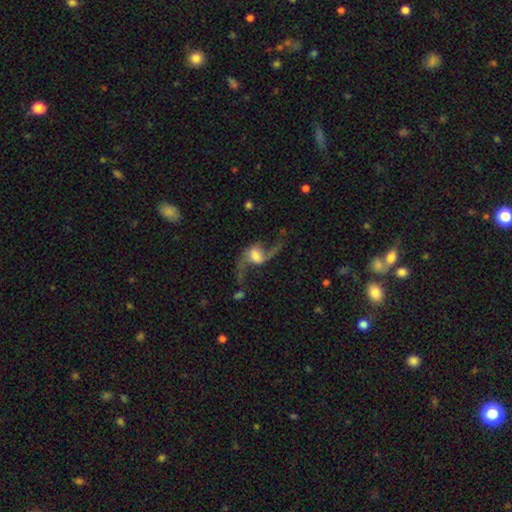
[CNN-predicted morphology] Overall: featured or disk (83%). Edge-on disk: no (96%). Bar: weak (46%; no 36%). Spiral arms: yes (95%). Spiral arm count: 2 (93%). Spiral winding: loose (90%). Bulge size: moderate (39%; large 28%). Merging: none (59%; major disturbance 20%).